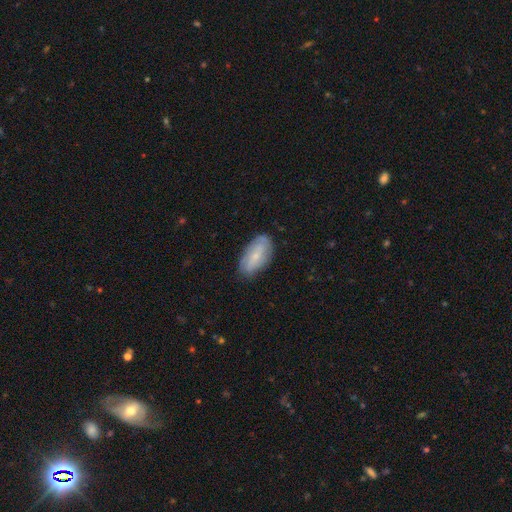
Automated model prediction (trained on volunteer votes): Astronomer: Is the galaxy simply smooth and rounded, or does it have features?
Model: smooth — 52% (runner-up: featured or disk, 41%).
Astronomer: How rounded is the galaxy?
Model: in between — 91%.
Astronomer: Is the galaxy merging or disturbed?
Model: none — 77%.